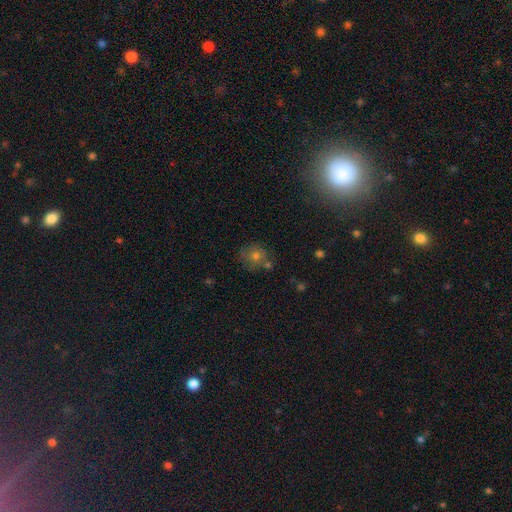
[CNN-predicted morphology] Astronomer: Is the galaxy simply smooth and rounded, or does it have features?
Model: smooth — 66%.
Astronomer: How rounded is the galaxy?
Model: round — 86%.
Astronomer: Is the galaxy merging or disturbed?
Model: none — 69%.